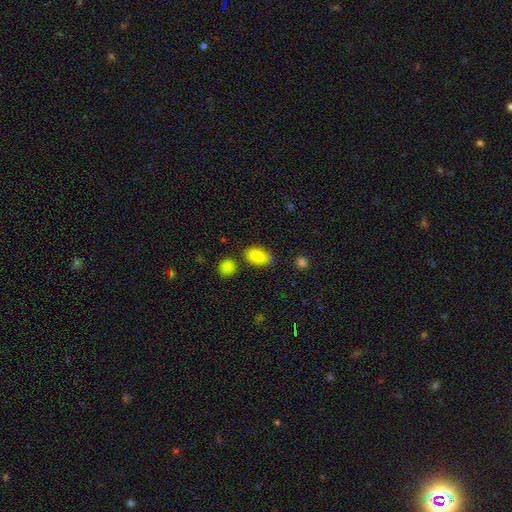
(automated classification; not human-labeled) smooth 86%, star or artifact 10%, featured or disk 5%. Down the decision tree: how rounded — in between (87%); merging — none (69%).